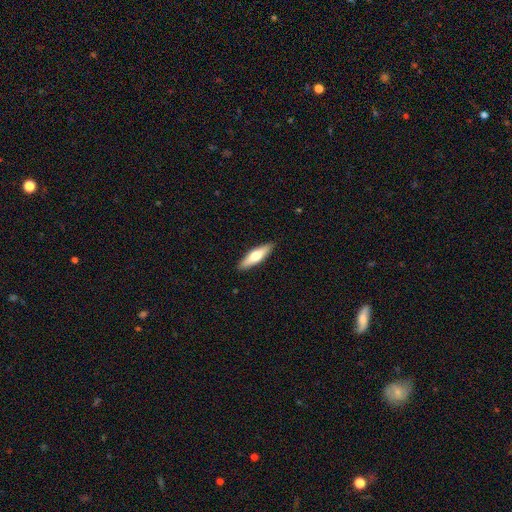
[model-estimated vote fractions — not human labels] Q: Smooth or featured?
A: smooth (56%); runner-up: featured or disk (39%)
Q: How rounded?
A: cigar-shaped (67%); runner-up: in between (31%)
Q: Merging?
A: none (90%); runner-up: minor disturbance (8%)